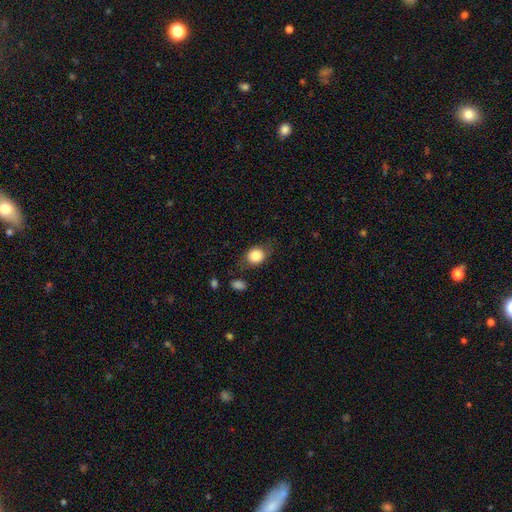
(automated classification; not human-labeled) The model was most divided on "how rounded": round: 58%, in between: 40%, cigar-shaped: 1%. More confident: smooth or featured — smooth (81%); merging — none (68%).